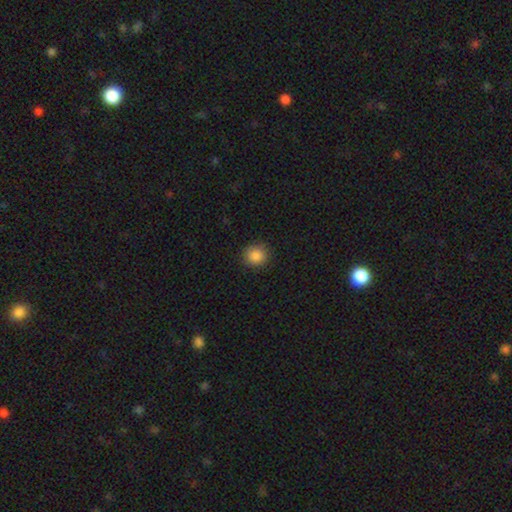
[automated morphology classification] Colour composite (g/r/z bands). It shows a smooth galaxy with no disk features (87%) that is round (87%). Merging: none (91%).